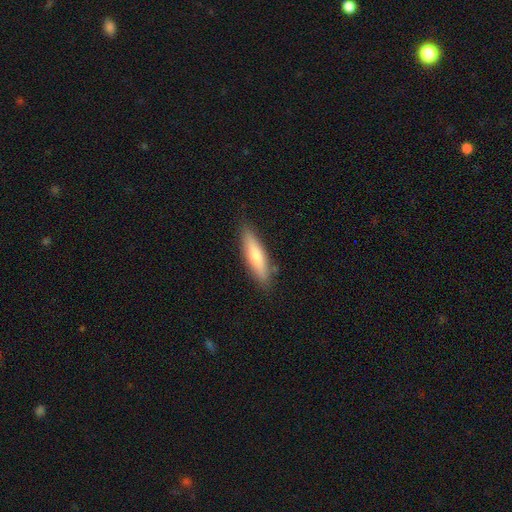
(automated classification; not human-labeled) Morphology: type=smooth (65%); roundness=cigar-shaped (75%); merging=none (86%).